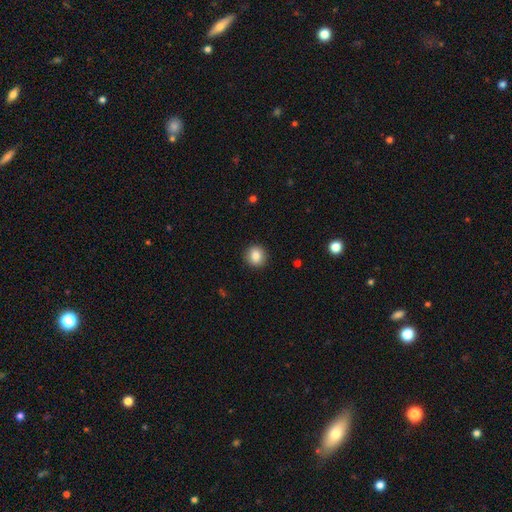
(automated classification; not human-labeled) smooth 86%, star or artifact 9%, featured or disk 5%. Down the decision tree: how rounded — round (87%); merging — none (91%).